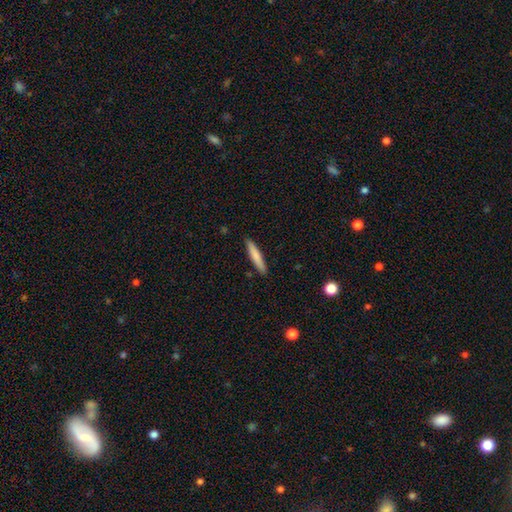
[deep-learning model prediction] Smooth or featured? smooth (79%)
How rounded? cigar-shaped (91%)
Merging? none (89%)